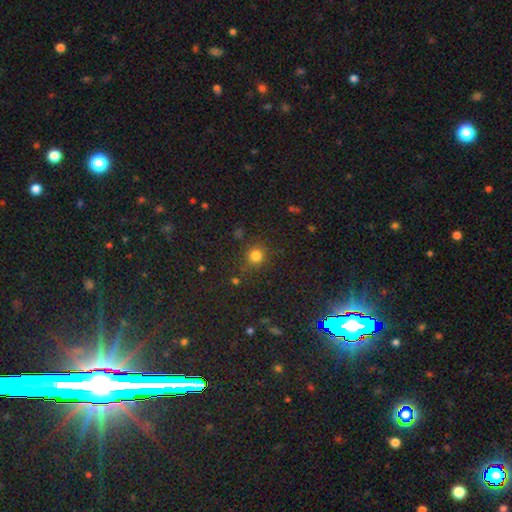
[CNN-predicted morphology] A smooth galaxy with no disk features (76%) that is round (90%).

Vote fractions:
- Smooth or featured? smooth: 76% / star or artifact: 18% / featured or disk: 5%
- How rounded? round: 90% / in between: 9% / cigar-shaped: 1%
- Merging? none: 83% / minor disturbance: 10% / major disturbance: 4% / merger: 3%